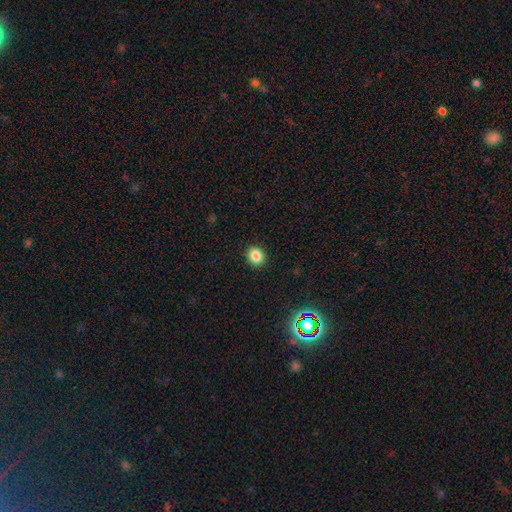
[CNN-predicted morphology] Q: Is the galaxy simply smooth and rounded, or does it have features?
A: smooth — 84%.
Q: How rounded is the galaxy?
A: round — 74%.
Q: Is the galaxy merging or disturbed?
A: none — 91%.